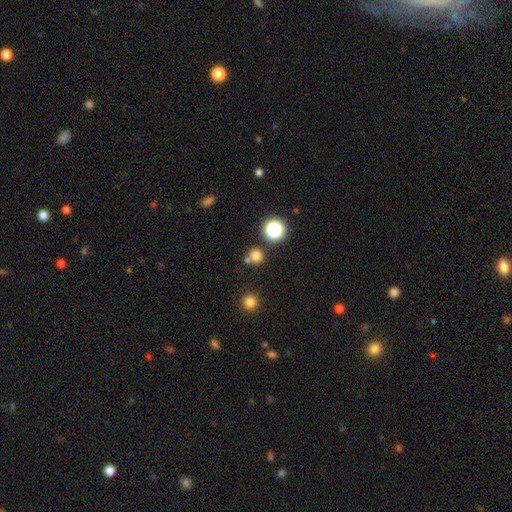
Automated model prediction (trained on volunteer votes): Smooth or featured? smooth (73%)
How rounded? round (87%)
Merging? none (68%)